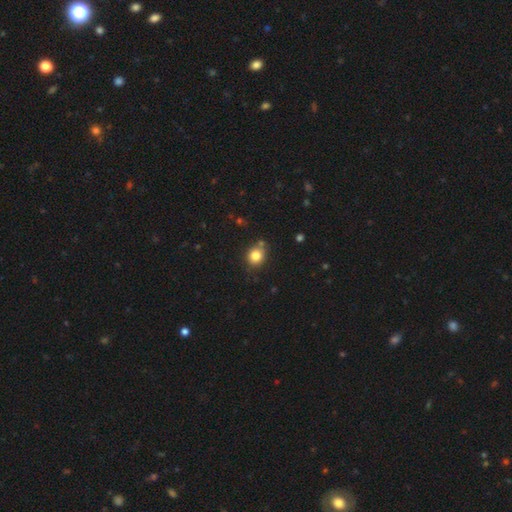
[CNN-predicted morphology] Overall: smooth (82%). How rounded: round (75%). Merging: none (74%).